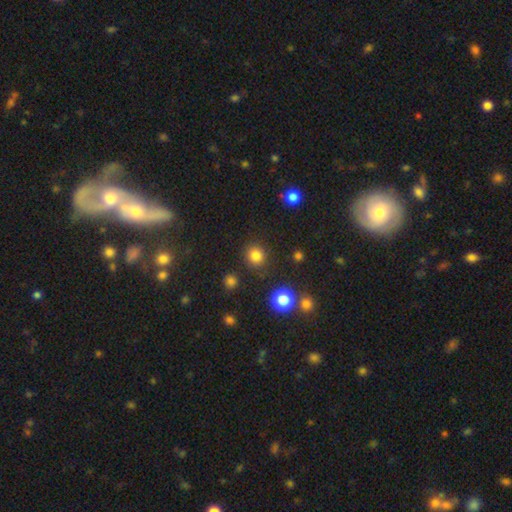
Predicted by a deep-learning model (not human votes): smooth_or_featured: smooth (p=0.82) [alt: star or artifact p=0.14]
how_rounded: round (p=0.91) [alt: in between p=0.08]
merging: none (p=0.88) [alt: minor disturbance p=0.07]